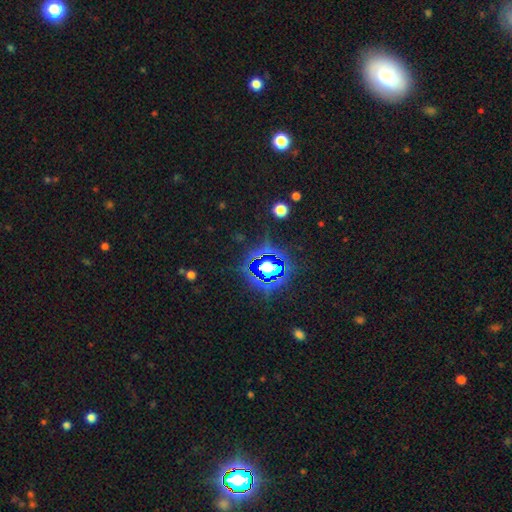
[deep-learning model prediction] Smooth or featured? star or artifact (81%)